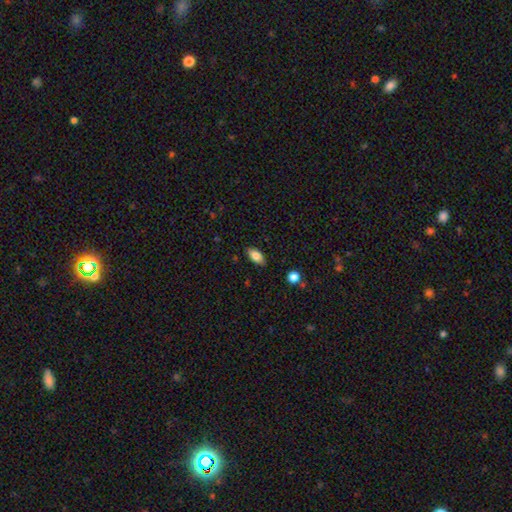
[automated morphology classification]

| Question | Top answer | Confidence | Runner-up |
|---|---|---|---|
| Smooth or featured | smooth | 81% | featured or disk (11%) |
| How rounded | in between | 90% | cigar-shaped (6%) |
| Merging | none | 85% | minor disturbance (11%) |